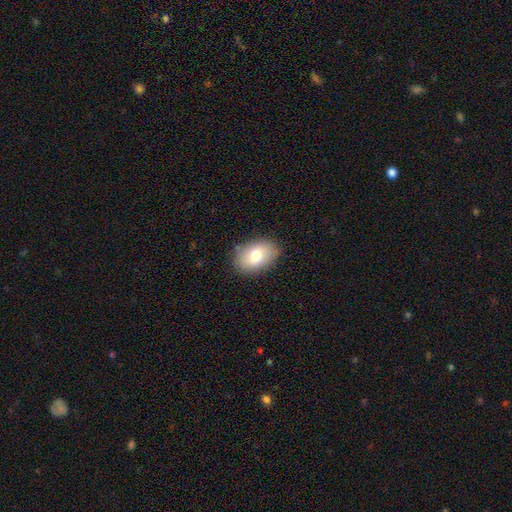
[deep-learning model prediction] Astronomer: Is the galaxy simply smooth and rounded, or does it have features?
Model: smooth — 76%.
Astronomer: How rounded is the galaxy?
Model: in between — 84%.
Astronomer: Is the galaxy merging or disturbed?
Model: none — 84%.